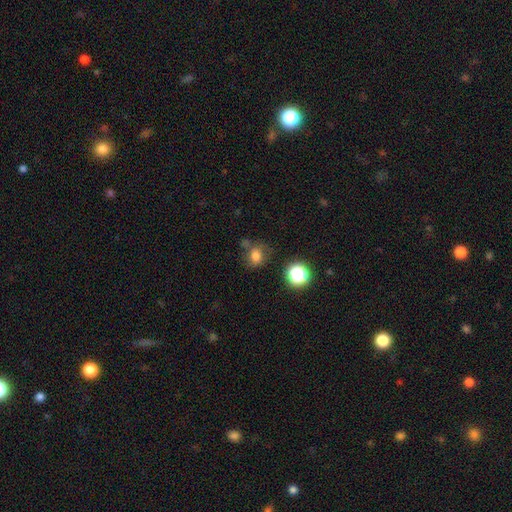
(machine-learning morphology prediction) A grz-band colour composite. It shows a smooth galaxy with no disk features (75%) that is round (63%). Merging: none (62%).